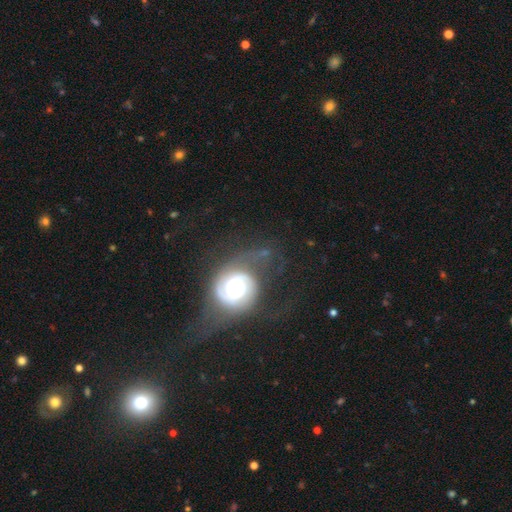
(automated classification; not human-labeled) Smooth or featured? Predicted: featured or disk (p=0.60). Edge-on disk? Predicted: no (p=0.93). Bar? Predicted: no (p=0.75). Spiral arms? Predicted: yes (p=0.65). Bulge size? Predicted: large (p=0.40). Merging? Predicted: none (p=0.40).